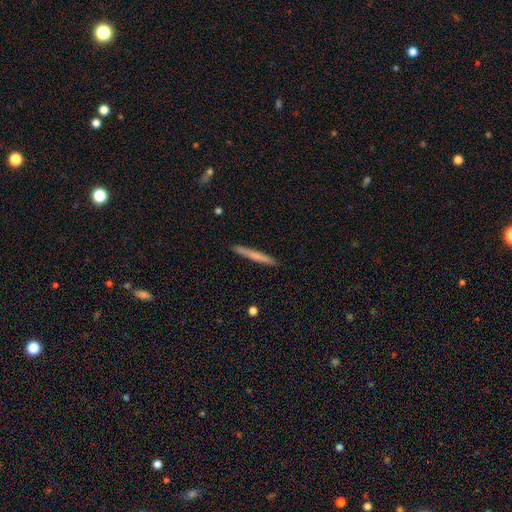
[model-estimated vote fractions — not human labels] A smooth galaxy with no disk features (63%) that is cigar-shaped (96%). Merging: none (91%).